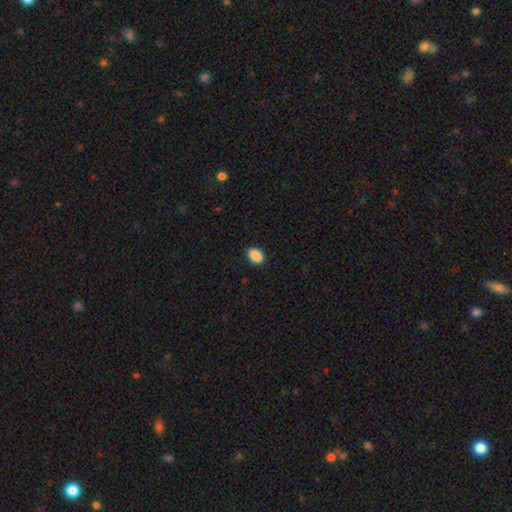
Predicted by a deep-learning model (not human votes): smooth_or_featured: smooth (p=0.90) [alt: star or artifact p=0.08]
how_rounded: in between (p=0.78) [alt: round p=0.21]
merging: none (p=0.90) [alt: minor disturbance p=0.07]